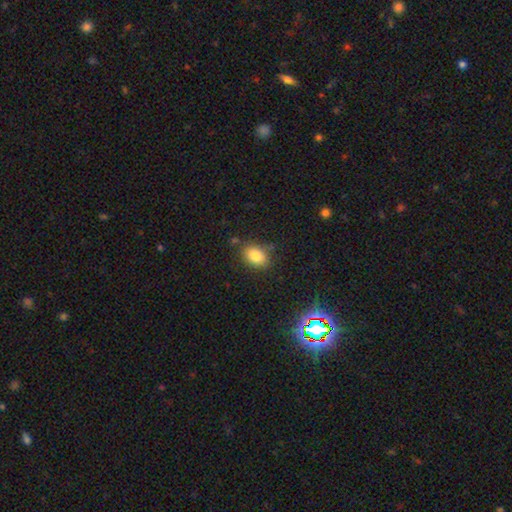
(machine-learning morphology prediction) type=smooth (82%); roundness=in between (74%); merging=none (78%).